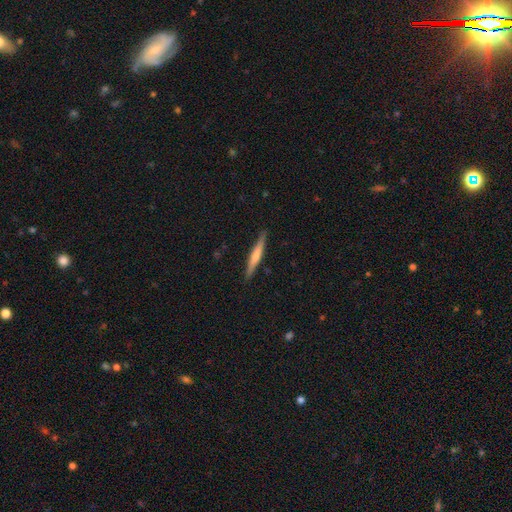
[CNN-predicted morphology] featured or disk 53%, smooth 42%, star or artifact 5%. Down the decision tree: edge-on disk — yes (97%); edge-on bulge — rounded (67%); merging — none (90%).